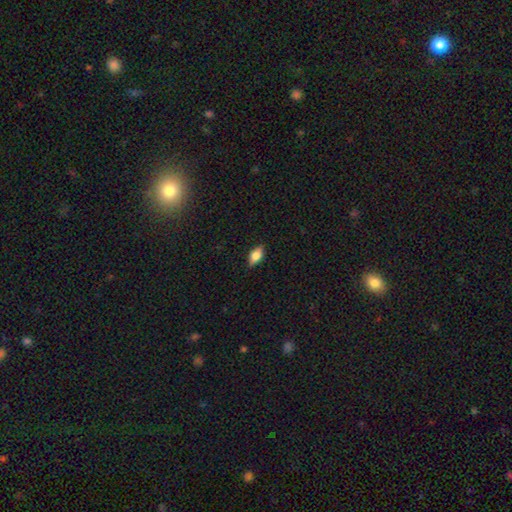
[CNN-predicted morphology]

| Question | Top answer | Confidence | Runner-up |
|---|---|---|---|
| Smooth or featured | smooth | 72% | featured or disk (20%) |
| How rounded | in between | 85% | cigar-shaped (10%) |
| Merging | none | 86% | minor disturbance (11%) |